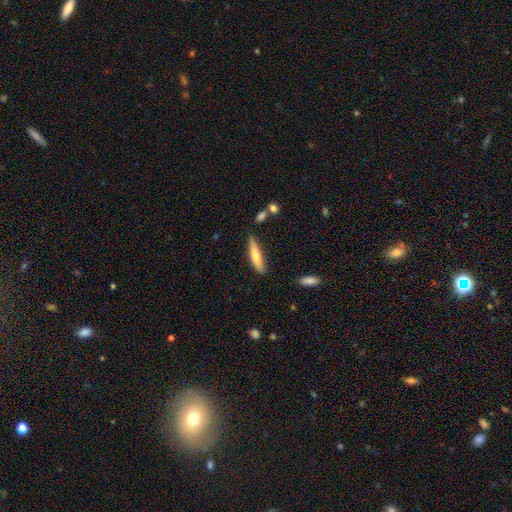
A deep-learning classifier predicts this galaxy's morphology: Q: Smooth or featured?
A: smooth (67%); runner-up: featured or disk (27%)
Q: How rounded?
A: cigar-shaped (82%); runner-up: in between (17%)
Q: Merging?
A: none (77%); runner-up: minor disturbance (16%)